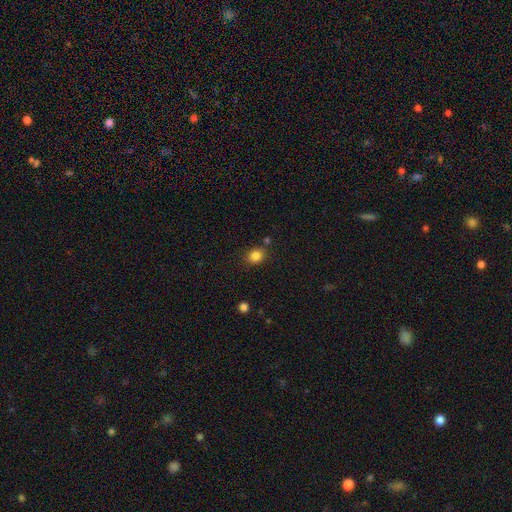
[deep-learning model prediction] A smooth galaxy with no disk features (84%) that is round (62%).

Vote fractions:
- Smooth or featured? smooth: 84% / star or artifact: 11% / featured or disk: 5%
- How rounded? round: 62% / in between: 37% / cigar-shaped: 1%
- Merging? none: 79% / minor disturbance: 11% / merger: 6% / major disturbance: 3%